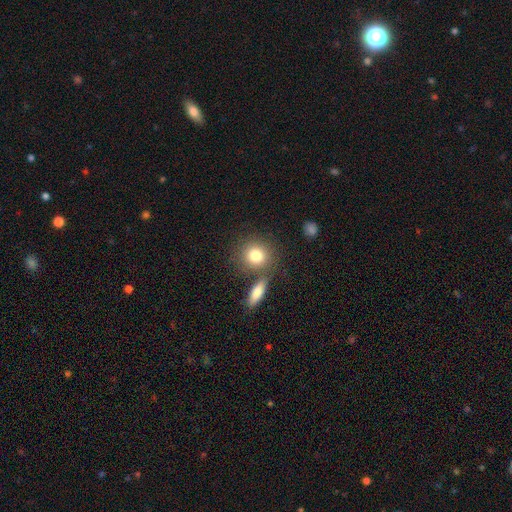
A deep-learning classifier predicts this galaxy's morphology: smooth 82%, featured or disk 10%, star or artifact 9%. Down the decision tree: how rounded — round (81%); merging — none (66%).